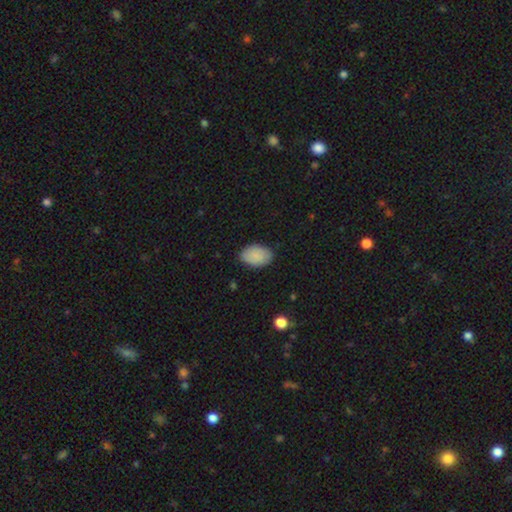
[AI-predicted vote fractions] Smooth or featured: smooth — 86% (featured or disk — 7%)
How rounded: in between — 90% (round — 9%)
Merging: none — 84% (minor disturbance — 13%)